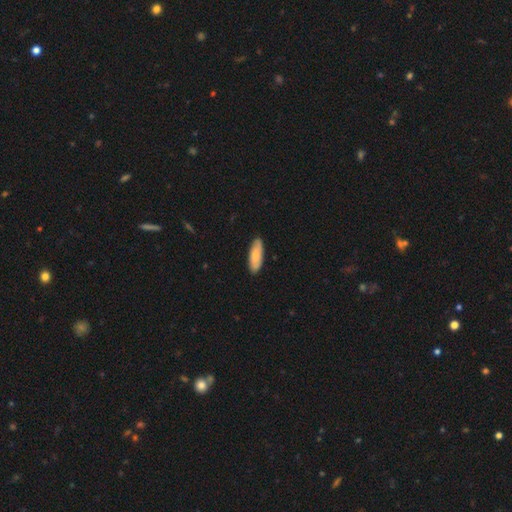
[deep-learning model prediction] Overall: smooth (78%). How rounded: in between (64%; cigar-shaped 34%). Merging: none (88%).